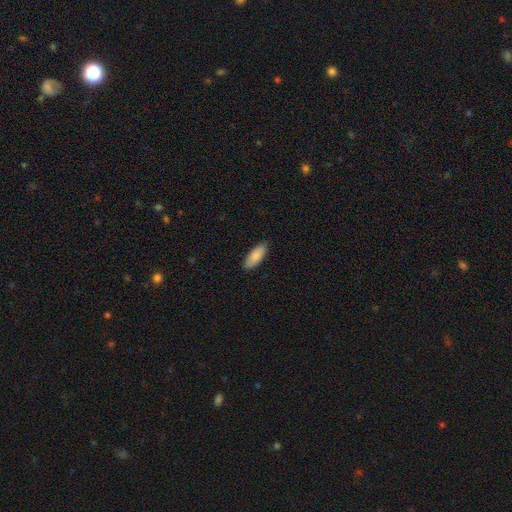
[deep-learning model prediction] smooth 87%, featured or disk 7%, star or artifact 6%. Down the decision tree: how rounded — in between (79%); merging — none (87%).